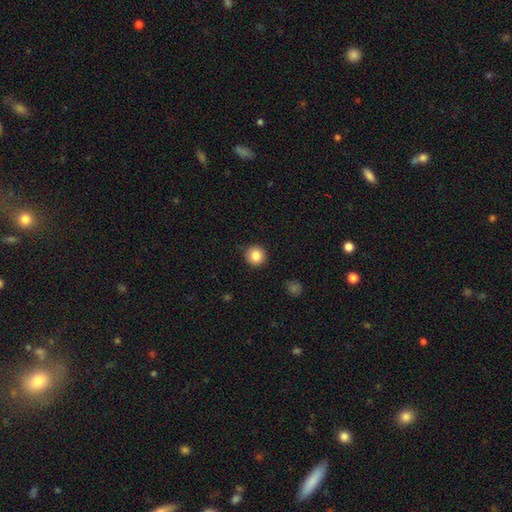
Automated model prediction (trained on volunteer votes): The model was most divided on "smooth or featured": smooth: 84%, star or artifact: 10%, featured or disk: 6%. More confident: how rounded — round (94%); merging — none (91%).